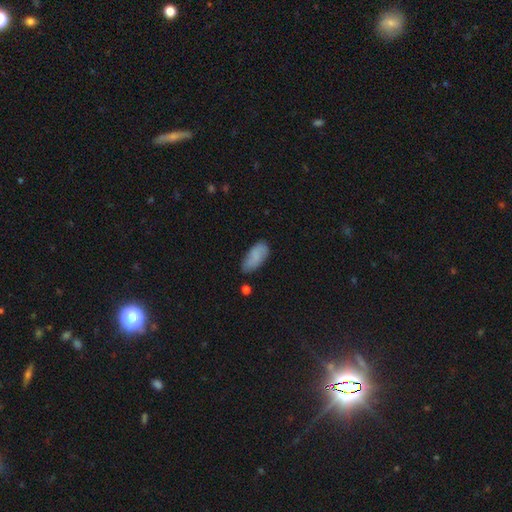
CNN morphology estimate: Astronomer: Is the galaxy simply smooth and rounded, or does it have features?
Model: smooth — 79%.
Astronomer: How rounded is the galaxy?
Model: in between — 90%.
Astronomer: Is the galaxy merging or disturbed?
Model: none — 67%.